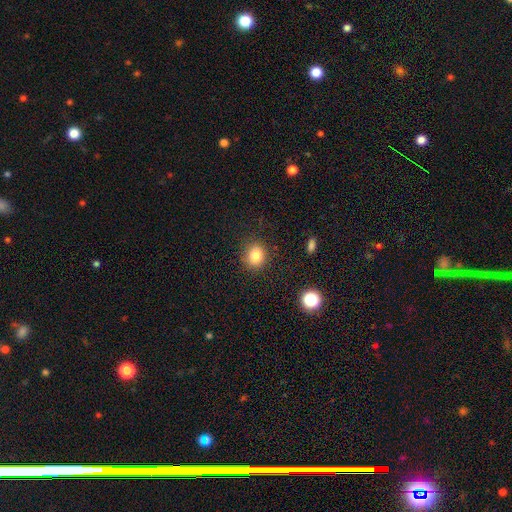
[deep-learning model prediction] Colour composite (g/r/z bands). It shows a smooth galaxy with no disk features (82%) that is round (77%). Merging: none (88%).